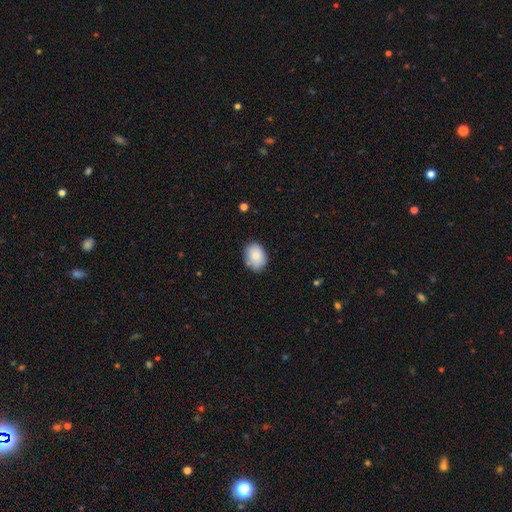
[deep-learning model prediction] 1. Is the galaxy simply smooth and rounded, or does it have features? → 87% smooth, 7% star or artifact, 6% featured or disk.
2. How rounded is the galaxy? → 72% in between, 27% round, 1% cigar-shaped.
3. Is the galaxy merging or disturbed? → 80% none, 16% minor disturbance, 3% major disturbance, 2% merger.